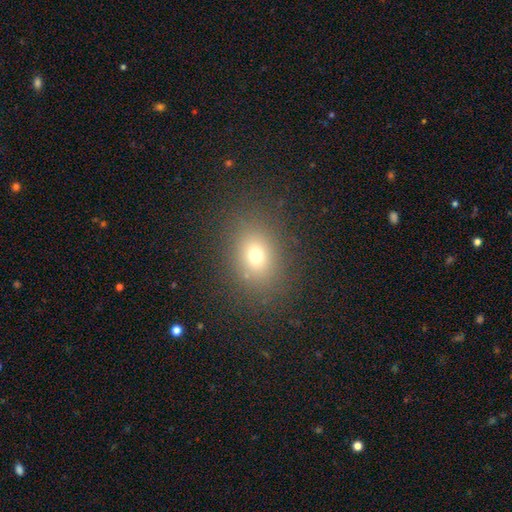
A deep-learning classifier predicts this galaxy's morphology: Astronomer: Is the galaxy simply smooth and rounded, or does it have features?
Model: smooth — 70%.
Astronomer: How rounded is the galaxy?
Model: in between — 56% (runner-up: round, 43%).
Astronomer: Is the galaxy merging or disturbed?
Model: none — 85%.